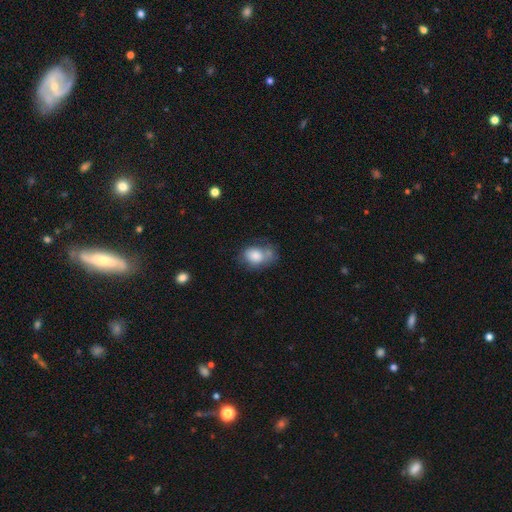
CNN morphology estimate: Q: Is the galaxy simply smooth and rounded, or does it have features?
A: smooth — 79%.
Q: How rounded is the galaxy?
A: in between — 73%.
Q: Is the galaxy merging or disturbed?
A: none — 38%.